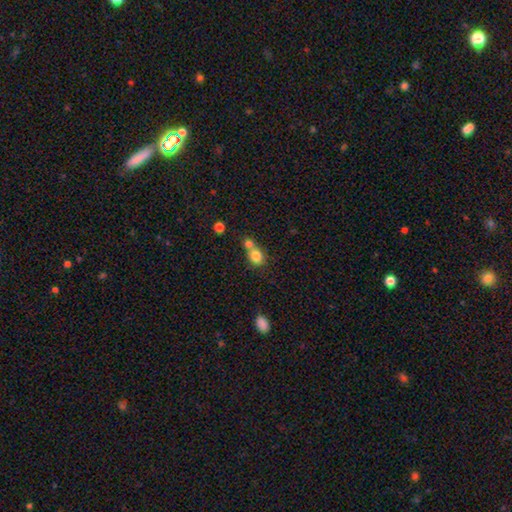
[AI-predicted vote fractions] smooth 80%, featured or disk 10%, star or artifact 10%. Down the decision tree: how rounded — round (64%); merging — merger (56%).